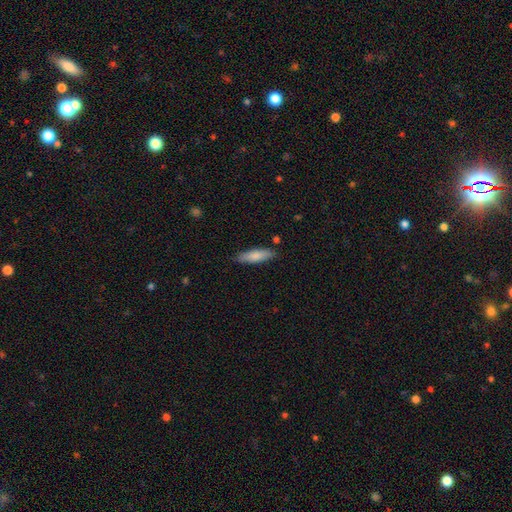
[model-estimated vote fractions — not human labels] A smooth galaxy with no disk features (80%) that is cigar-shaped (60%). Merging: none (84%).